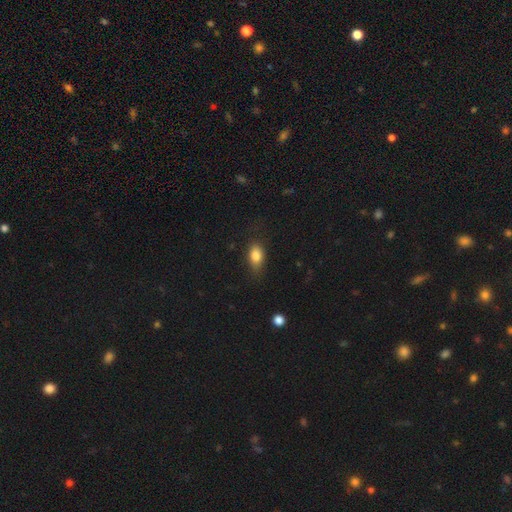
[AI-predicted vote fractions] Smooth or featured?
  - smooth: 83% *
  - featured or disk: 9%
  - star or artifact: 8%
How rounded?
  - in between: 84% *
  - round: 10%
  - cigar-shaped: 6%
Merging?
  - none: 72% *
  - minor disturbance: 20%
  - major disturbance: 6%
  - merger: 1%